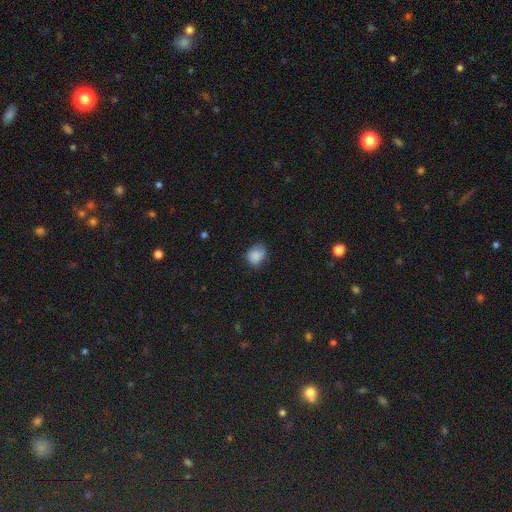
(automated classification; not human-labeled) smooth 84%, star or artifact 10%, featured or disk 6%. Down the decision tree: how rounded — round (53%); merging — none (60%).